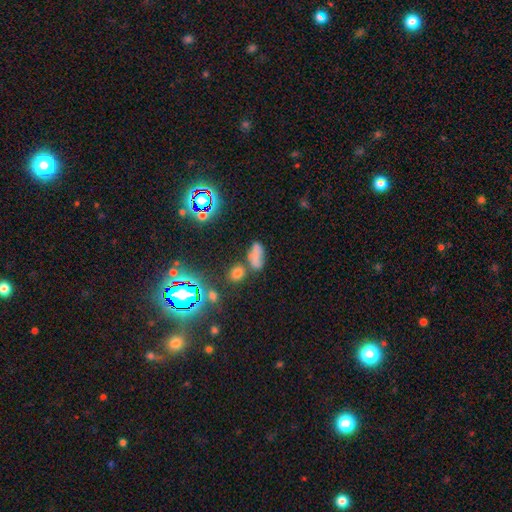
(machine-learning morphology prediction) smooth_or_featured: smooth (p=0.64) [alt: star or artifact p=0.21]
how_rounded: in between (p=0.83) [alt: cigar-shaped p=0.09]
merging: none (p=0.53) [alt: merger p=0.19]